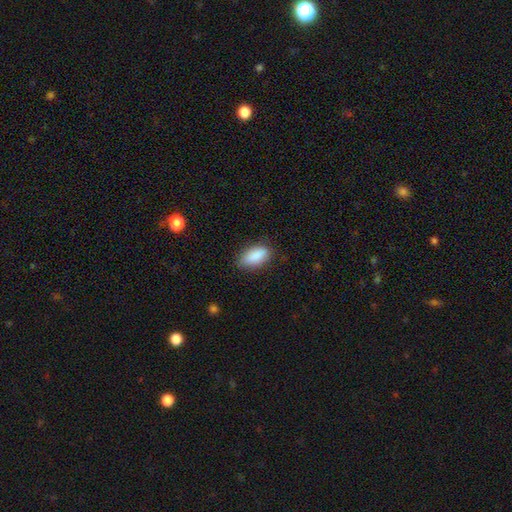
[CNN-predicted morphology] Q: Smooth or featured?
A: smooth (88%); runner-up: star or artifact (7%)
Q: How rounded?
A: in between (88%); runner-up: cigar-shaped (9%)
Q: Merging?
A: none (80%); runner-up: minor disturbance (16%)